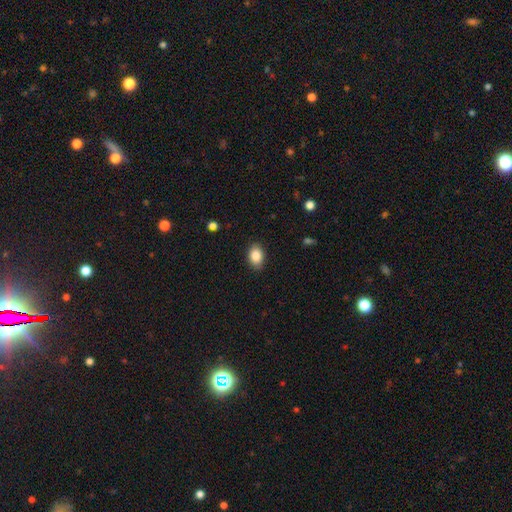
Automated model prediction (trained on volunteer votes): The model was most divided on "how rounded": in between: 84%, round: 15%, cigar-shaped: 1%. More confident: merging — none (88%); smooth or featured — smooth (87%).